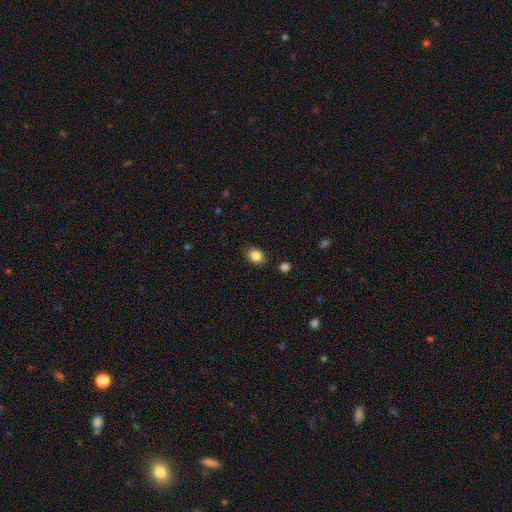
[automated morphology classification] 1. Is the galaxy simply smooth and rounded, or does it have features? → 85% smooth, 10% star or artifact, 5% featured or disk.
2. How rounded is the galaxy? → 55% in between, 44% round, 1% cigar-shaped.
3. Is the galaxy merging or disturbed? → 84% none, 11% minor disturbance, 3% major disturbance, 2% merger.